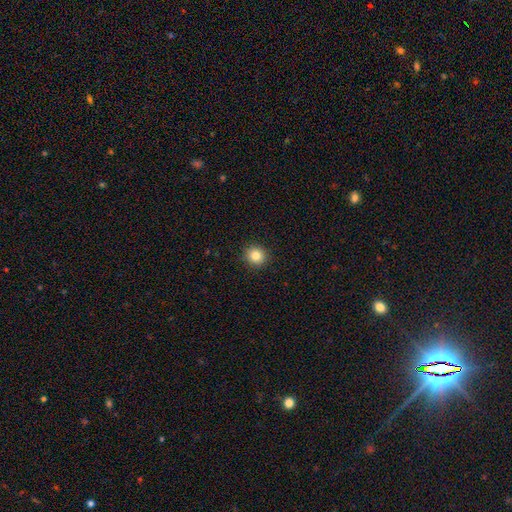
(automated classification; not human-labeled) This is clearly a smooth galaxy (83%). How rounded: clearly round (91%). Merging: clearly none (92%).